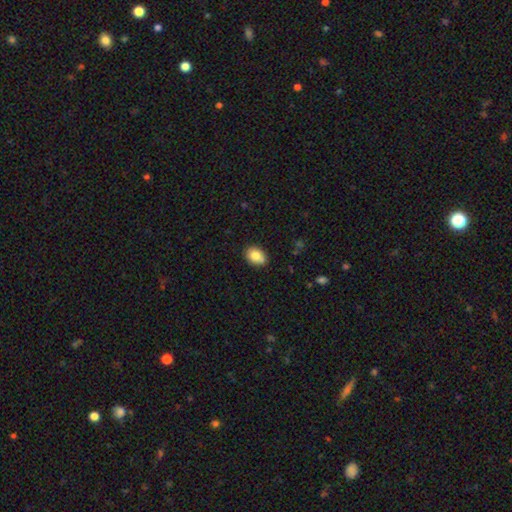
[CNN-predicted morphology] This is likely a smooth galaxy (79%). How rounded: likely in between (62%). Merging: likely none (70%).